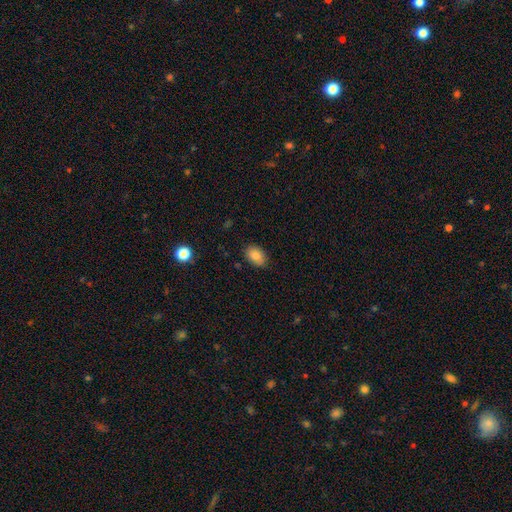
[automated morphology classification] This is clearly a smooth galaxy (86%). How rounded: clearly in between (83%). Merging: clearly none (83%).